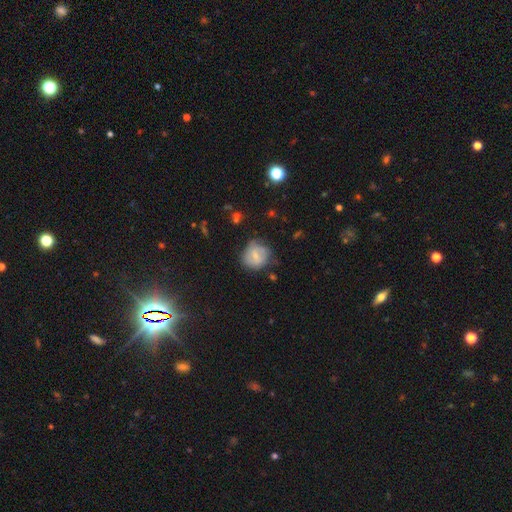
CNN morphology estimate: Overall: smooth (51%; featured or disk 40%). How rounded: round (78%). Merging: none (63%; minor disturbance 25%).